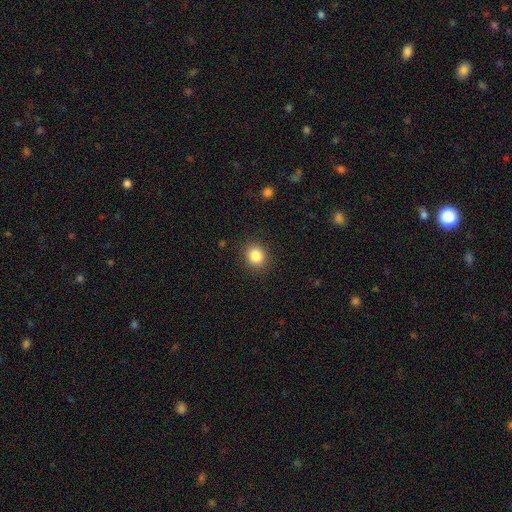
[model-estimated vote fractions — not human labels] Q: Smooth or featured?
A: smooth (85%); runner-up: star or artifact (10%)
Q: How rounded?
A: round (75%); runner-up: in between (24%)
Q: Merging?
A: none (89%); runner-up: minor disturbance (8%)